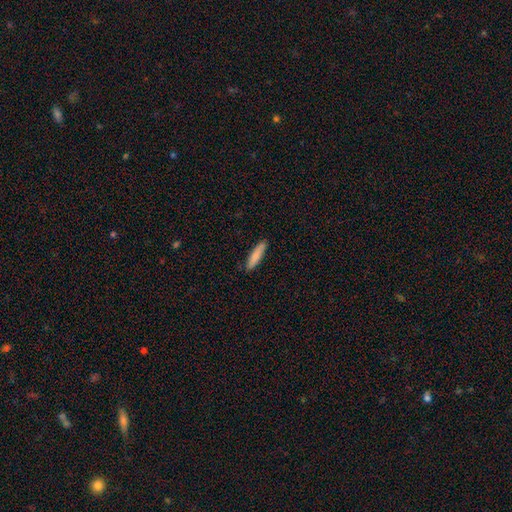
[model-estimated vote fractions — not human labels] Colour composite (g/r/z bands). It shows a smooth galaxy with no disk features (84%) that is cigar-shaped (83%). Merging: none (86%).